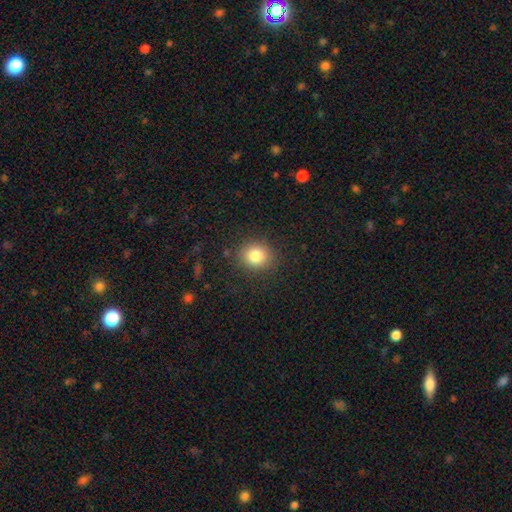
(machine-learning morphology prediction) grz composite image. It shows a smooth galaxy with no disk features (82%) that is round (77%). Merging: none (87%).